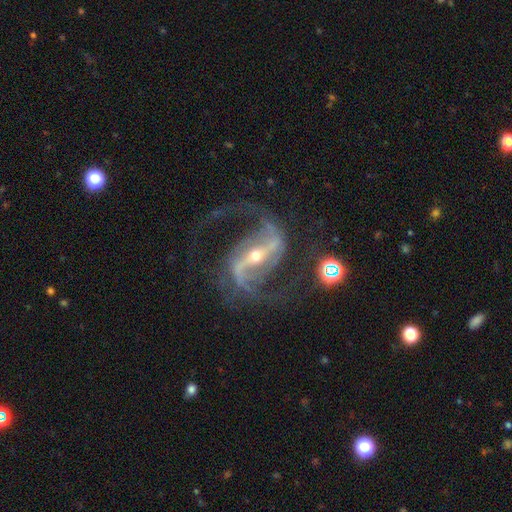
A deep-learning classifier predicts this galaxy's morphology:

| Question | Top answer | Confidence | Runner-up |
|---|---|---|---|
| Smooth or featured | featured or disk | 92% | star or artifact (6%) |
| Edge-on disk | no | 97% | yes (3%) |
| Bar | strong | 73% | weak (20%) |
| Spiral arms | yes | 98% | no (2%) |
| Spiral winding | medium | 46% | loose (44%) |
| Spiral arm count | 2 | 92% | 3 (2%) |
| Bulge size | small | 62% | moderate (35%) |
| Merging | none | 71% | minor disturbance (13%) |